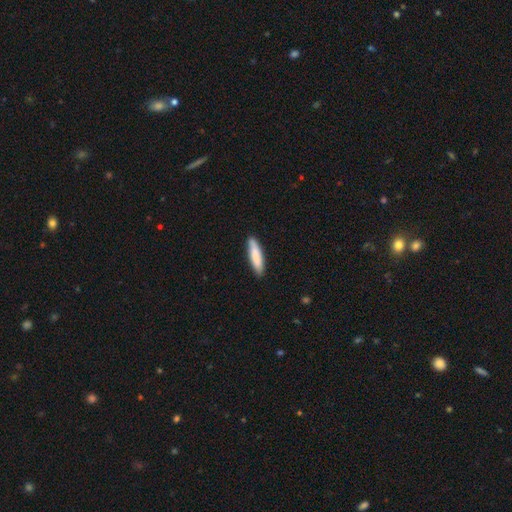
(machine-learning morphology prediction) A smooth galaxy with no disk features (83%) that is cigar-shaped (77%). Merging: none (85%).